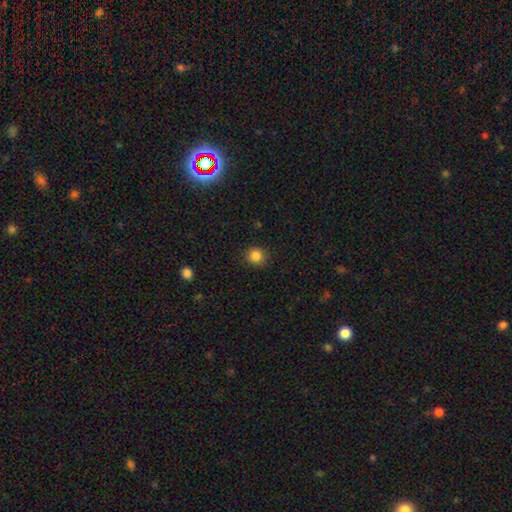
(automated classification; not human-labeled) smooth-or-featured: smooth: 85% | star or artifact: 11% | featured or disk: 3%
  how-rounded: round: 89% | in between: 10% | cigar-shaped: 1%
  merging: none: 89% | minor disturbance: 8% | major disturbance: 2% | merger: 1%